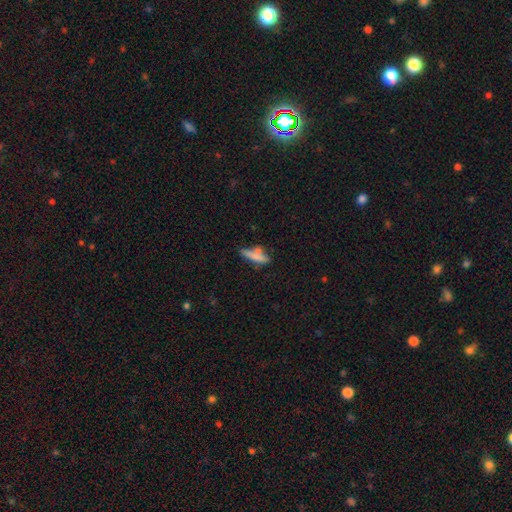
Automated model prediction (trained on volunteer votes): The model was most divided on "merging": none: 48%, merger: 23%, minor disturbance: 20%, major disturbance: 9%. More confident: how rounded — cigar-shaped (70%); smooth or featured — smooth (67%).